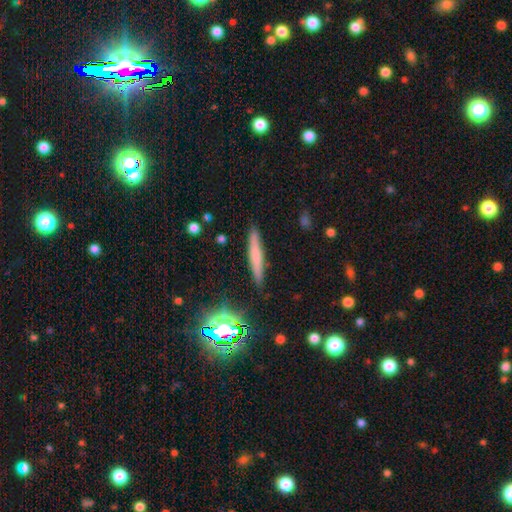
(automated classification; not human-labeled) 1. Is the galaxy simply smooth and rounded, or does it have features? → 62% smooth, 27% featured or disk, 12% star or artifact.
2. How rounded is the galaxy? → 92% cigar-shaped, 6% in between, 2% round.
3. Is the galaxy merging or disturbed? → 88% none, 8% minor disturbance, 2% major disturbance, 2% merger.